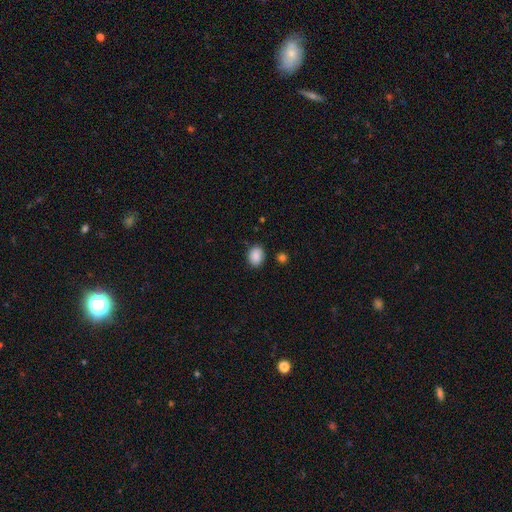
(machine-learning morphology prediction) This is clearly a smooth galaxy (89%). How rounded: possibly in between (57%). Merging: clearly none (84%).